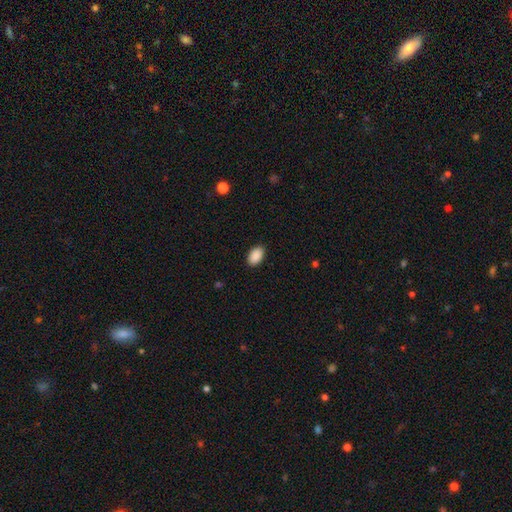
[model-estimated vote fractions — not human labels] This is clearly a smooth galaxy (91%). How rounded: clearly in between (94%). Merging: clearly none (89%).